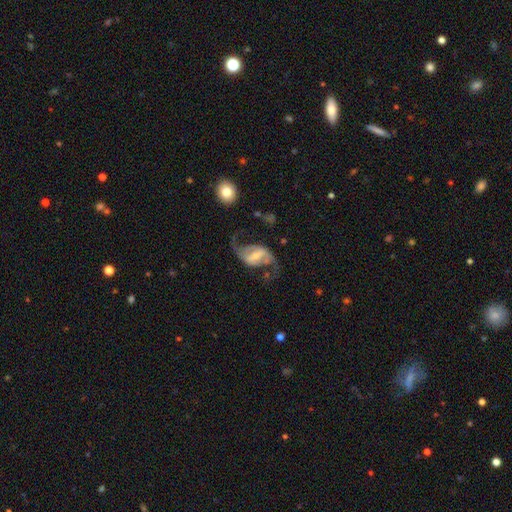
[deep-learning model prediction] This appears to be a featured or disk galaxy (85%) with a strong bar (53%), 2 (93%) loose (69%) spiral arms (92%) and a small central bulge (48%). Merging: none (62%).